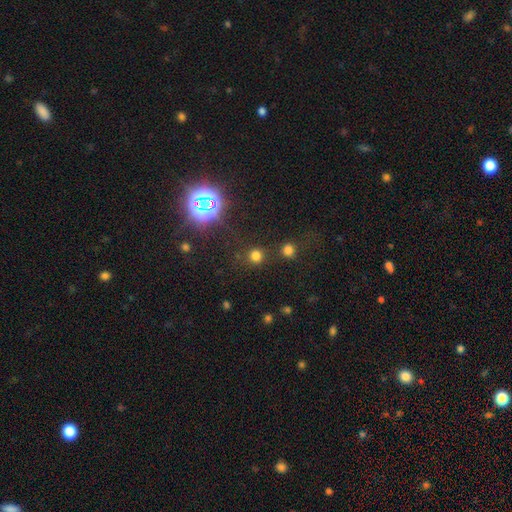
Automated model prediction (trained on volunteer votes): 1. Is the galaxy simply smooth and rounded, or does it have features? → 69% smooth, 25% star or artifact, 5% featured or disk.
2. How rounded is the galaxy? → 91% round, 8% in between, 1% cigar-shaped.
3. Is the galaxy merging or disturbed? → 81% none, 8% minor disturbance, 7% merger, 4% major disturbance.